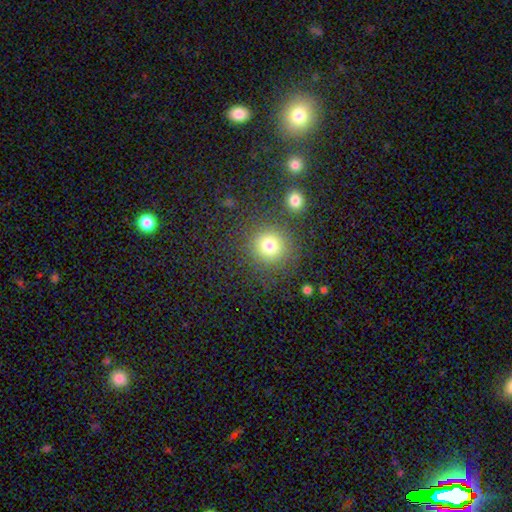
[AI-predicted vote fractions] smooth 70%, star or artifact 24%, featured or disk 6%. Down the decision tree: how rounded — round (94%); merging — none (87%).